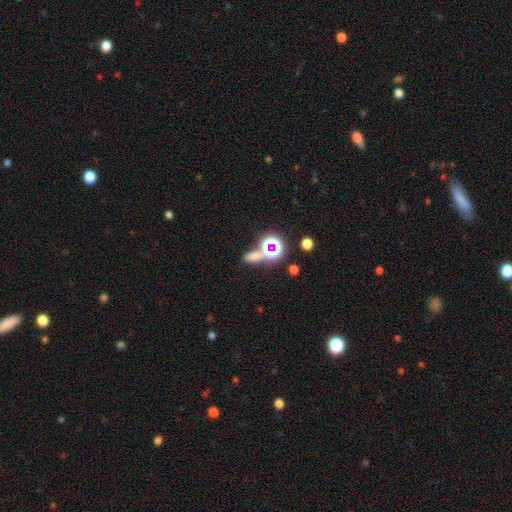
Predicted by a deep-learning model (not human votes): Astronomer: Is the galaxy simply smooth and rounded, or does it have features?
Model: smooth — 54% (runner-up: star or artifact, 37%).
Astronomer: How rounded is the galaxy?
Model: in between — 57%.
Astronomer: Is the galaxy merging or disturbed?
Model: none — 63%.